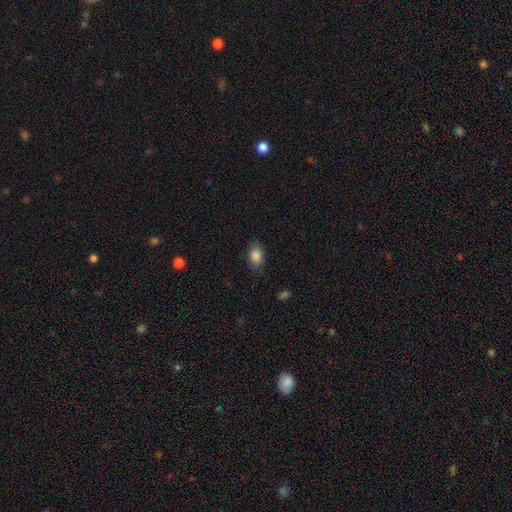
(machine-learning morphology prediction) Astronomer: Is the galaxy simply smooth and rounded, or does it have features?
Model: smooth — 86%.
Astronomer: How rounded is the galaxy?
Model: in between — 87%.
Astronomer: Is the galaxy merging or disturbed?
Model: none — 80%.